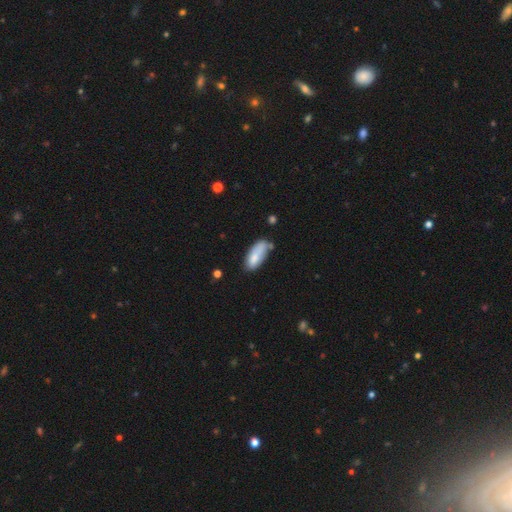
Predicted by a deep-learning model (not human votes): This appears to be a smooth galaxy with no disk features (78%) that is in between round and cigar-shaped (80%). Merging: none (47%).